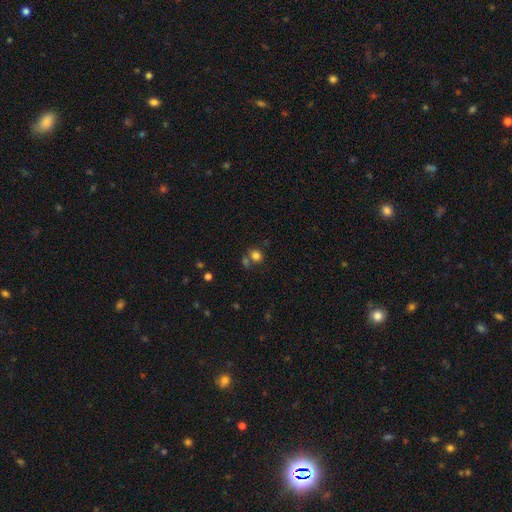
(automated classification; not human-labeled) A smooth galaxy with no disk features (79%) that is round (62%).

Vote fractions:
- Smooth or featured? smooth: 79% / star or artifact: 14% / featured or disk: 8%
- How rounded? round: 62% / in between: 37% / cigar-shaped: 1%
- Merging? none: 58% / merger: 25% / minor disturbance: 12% / major disturbance: 5%